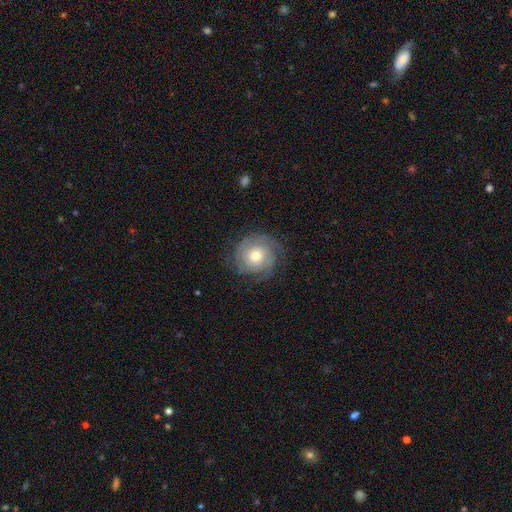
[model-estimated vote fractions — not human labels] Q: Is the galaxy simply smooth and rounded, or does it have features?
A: featured or disk — 67%.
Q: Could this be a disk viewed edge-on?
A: no — 97%.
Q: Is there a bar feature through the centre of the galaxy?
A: no — 82%.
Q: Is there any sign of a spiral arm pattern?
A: yes — 91%.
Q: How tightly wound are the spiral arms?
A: tight — 67%.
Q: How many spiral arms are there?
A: can't tell — 32%.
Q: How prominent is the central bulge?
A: moderate — 72%.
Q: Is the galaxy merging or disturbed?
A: none — 76%.